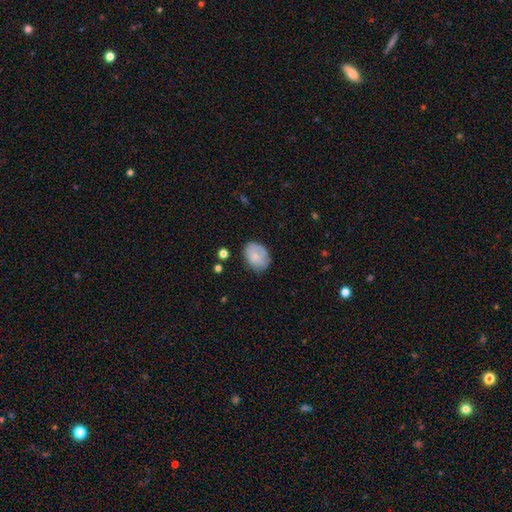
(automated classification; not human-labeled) smooth-or-featured: smooth: 70% | featured or disk: 23% | star or artifact: 8%
  how-rounded: in between: 70% | round: 29% | cigar-shaped: 1%
  merging: none: 65% | minor disturbance: 25% | major disturbance: 7% | merger: 2%